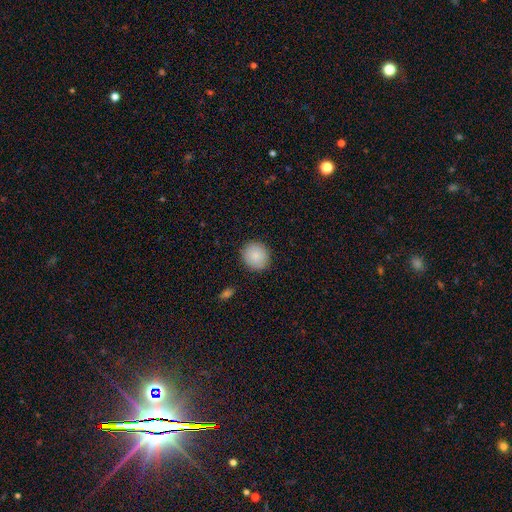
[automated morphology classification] A smooth galaxy with no disk features (88%) that is round (85%).

Vote fractions:
- Smooth or featured? smooth: 88% / star or artifact: 7% / featured or disk: 5%
- How rounded? round: 85% / in between: 14% / cigar-shaped: 1%
- Merging? none: 89% / minor disturbance: 7% / major disturbance: 2% / merger: 1%